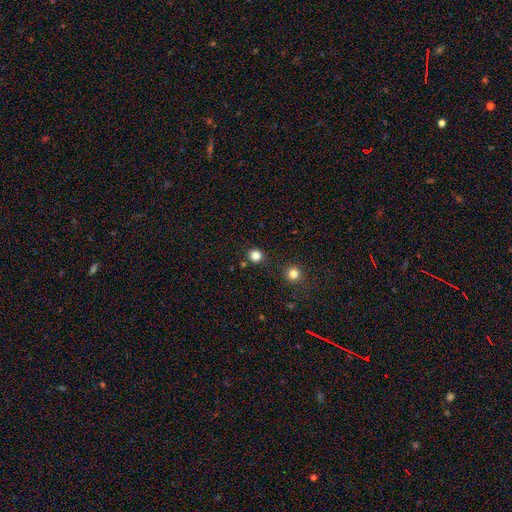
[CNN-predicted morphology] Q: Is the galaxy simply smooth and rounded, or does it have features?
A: smooth — 81%.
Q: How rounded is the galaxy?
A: round — 94%.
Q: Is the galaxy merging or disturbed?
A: none — 89%.